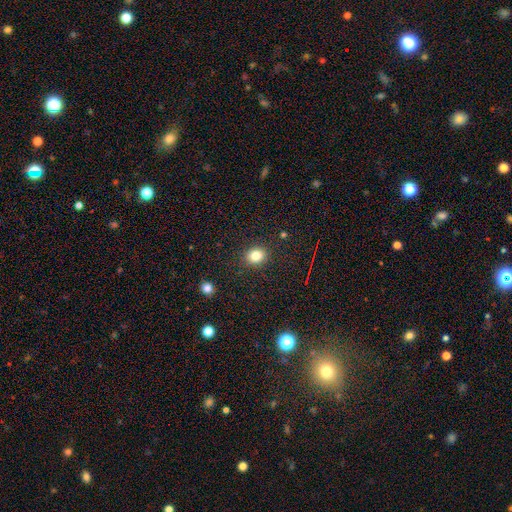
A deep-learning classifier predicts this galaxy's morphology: This is clearly a smooth galaxy (81%). How rounded: likely round (62%). Merging: clearly none (88%).